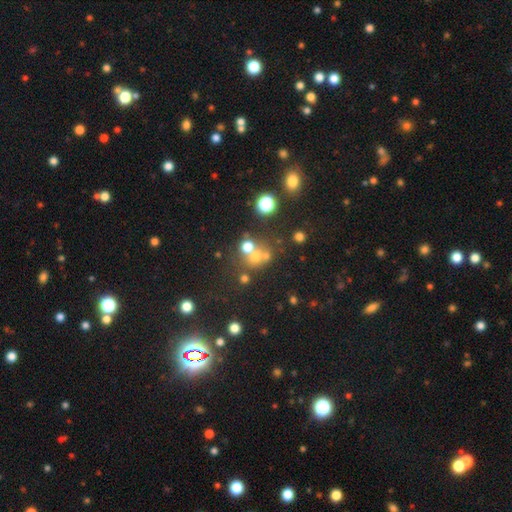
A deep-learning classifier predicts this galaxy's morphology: Q: Smooth or featured?
A: smooth (45%); runner-up: star or artifact (38%)
Q: Merging?
A: none (48%); runner-up: merger (37%)